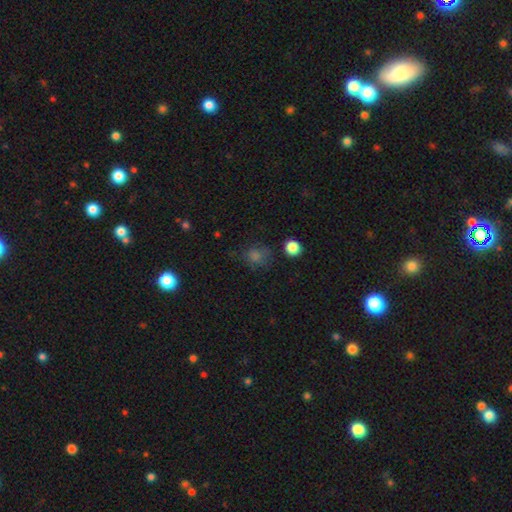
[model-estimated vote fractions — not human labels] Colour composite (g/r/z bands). It shows a smooth galaxy with no disk features (69%) that is round (74%). Merging: none (69%).